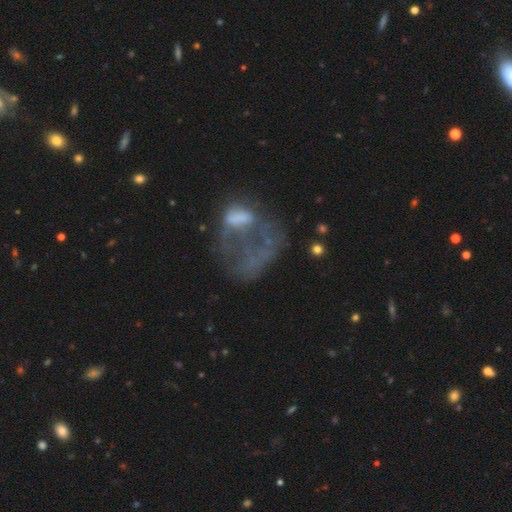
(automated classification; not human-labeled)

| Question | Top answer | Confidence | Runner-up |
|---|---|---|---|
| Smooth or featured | featured or disk | 51% | smooth (28%) |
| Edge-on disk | no | 97% | yes (3%) |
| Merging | major disturbance | 53% | none (22%) |